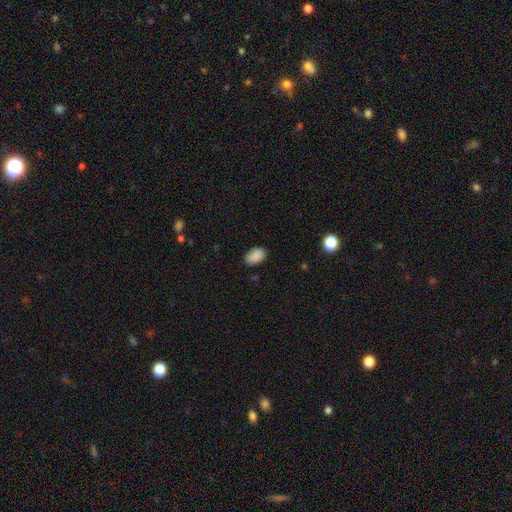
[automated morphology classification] Overall: smooth (88%). How rounded: in between (89%). Merging: none (83%).